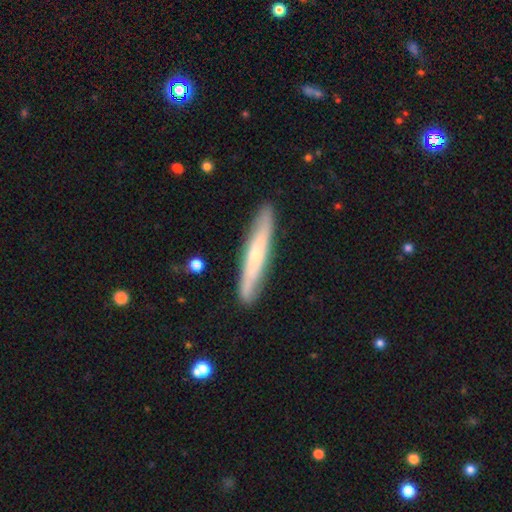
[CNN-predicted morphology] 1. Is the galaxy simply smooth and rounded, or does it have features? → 49% featured or disk, 46% smooth, 6% star or artifact.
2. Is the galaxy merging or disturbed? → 88% none, 9% minor disturbance, 2% major disturbance, 1% merger.